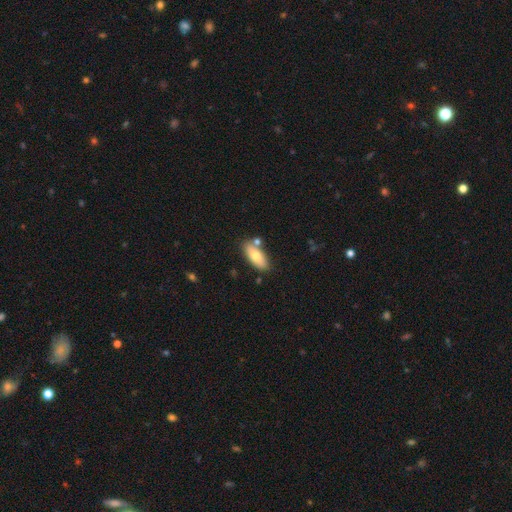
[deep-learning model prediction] Smooth or featured? Predicted: smooth (p=0.74). How rounded? Predicted: in between (p=0.84). Merging? Predicted: none (p=0.74).